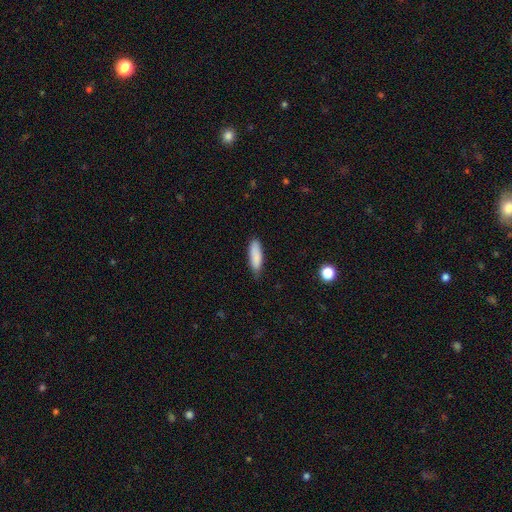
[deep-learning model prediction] Smooth or featured? Predicted: smooth (p=0.87). How rounded? Predicted: in between (p=0.52). Merging? Predicted: none (p=0.76).